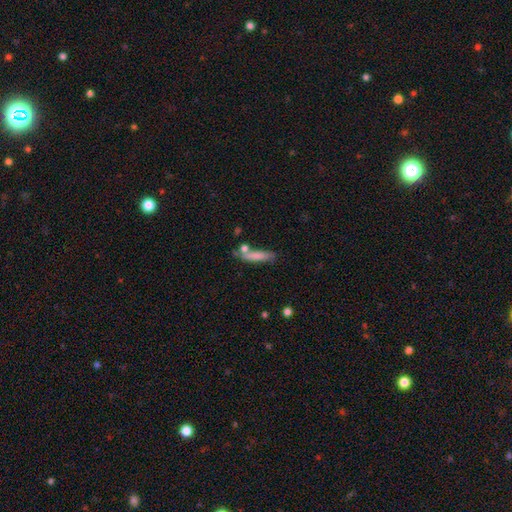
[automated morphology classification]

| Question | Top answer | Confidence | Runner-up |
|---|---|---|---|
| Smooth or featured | smooth | 75% | featured or disk (18%) |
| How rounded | cigar-shaped | 84% | in between (14%) |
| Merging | none | 63% | minor disturbance (17%) |